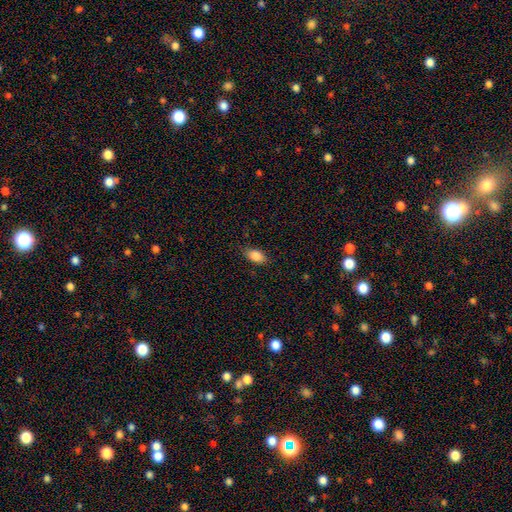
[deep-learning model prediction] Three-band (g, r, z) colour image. It shows a smooth galaxy with no disk features (87%) that is in between round and cigar-shaped (90%). Merging: none (82%).